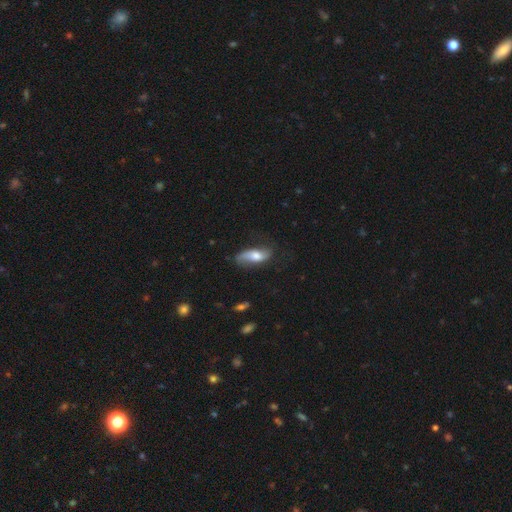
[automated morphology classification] A smooth galaxy with no disk features (48%). Merging: none (58%).